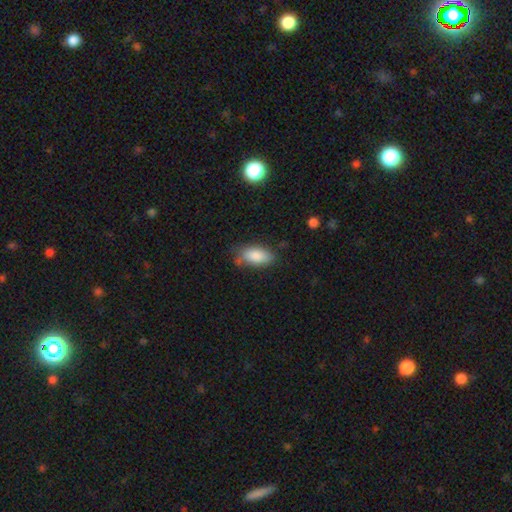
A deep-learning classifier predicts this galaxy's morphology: Smooth or featured?
  - smooth: 85% *
  - featured or disk: 8%
  - star or artifact: 7%
How rounded?
  - in between: 89% *
  - cigar-shaped: 8%
  - round: 3%
Merging?
  - none: 67% *
  - minor disturbance: 25%
  - major disturbance: 5%
  - merger: 3%